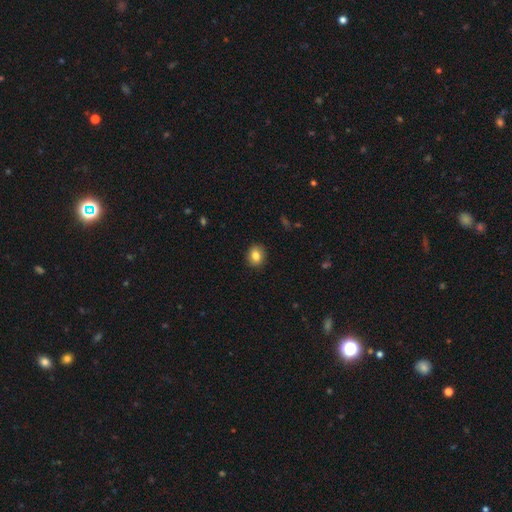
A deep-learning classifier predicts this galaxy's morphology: smooth 83%, star or artifact 9%, featured or disk 8%. Down the decision tree: how rounded — round (61%); merging — none (89%).